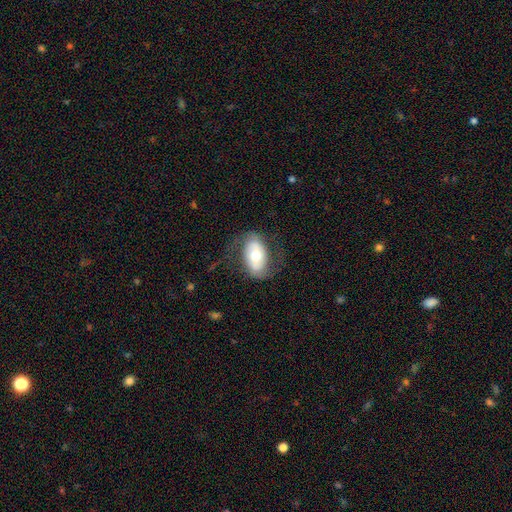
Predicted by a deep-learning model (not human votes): featured or disk 50%, smooth 44%, star or artifact 6%. Down the decision tree: edge-on disk — no (91%); merging — none (67%).